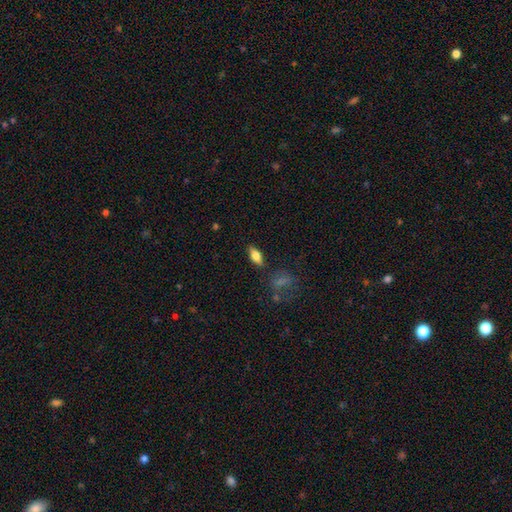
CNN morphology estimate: type=smooth (72%); roundness=in between (83%); merging=none (84%).